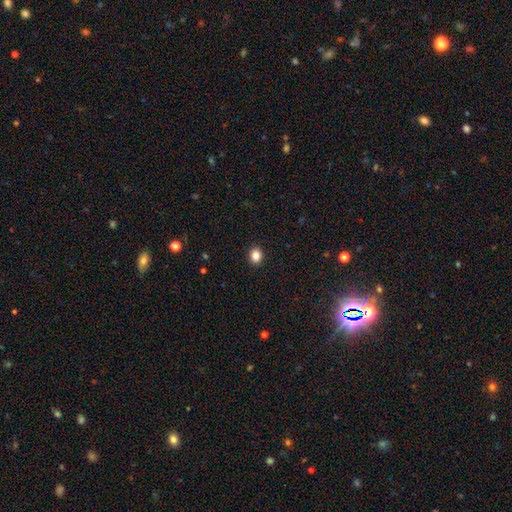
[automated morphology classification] Q: Smooth or featured?
A: smooth (85%); runner-up: star or artifact (10%)
Q: How rounded?
A: round (57%); runner-up: in between (42%)
Q: Merging?
A: none (92%); runner-up: minor disturbance (6%)